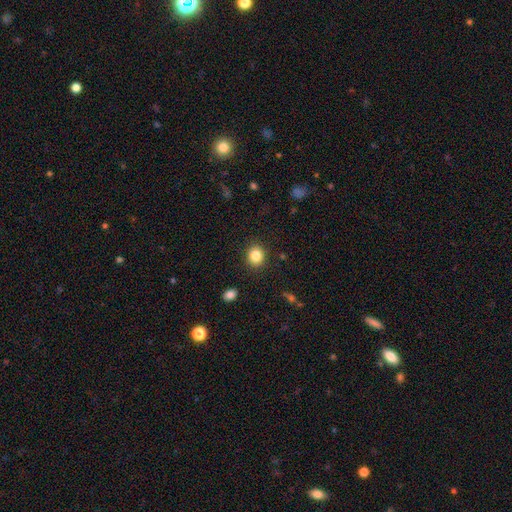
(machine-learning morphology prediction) Smooth or featured?
  - smooth: 85% *
  - star or artifact: 10%
  - featured or disk: 5%
How rounded?
  - round: 67% *
  - in between: 32%
  - cigar-shaped: 1%
Merging?
  - none: 89% *
  - minor disturbance: 8%
  - major disturbance: 3%
  - merger: 1%